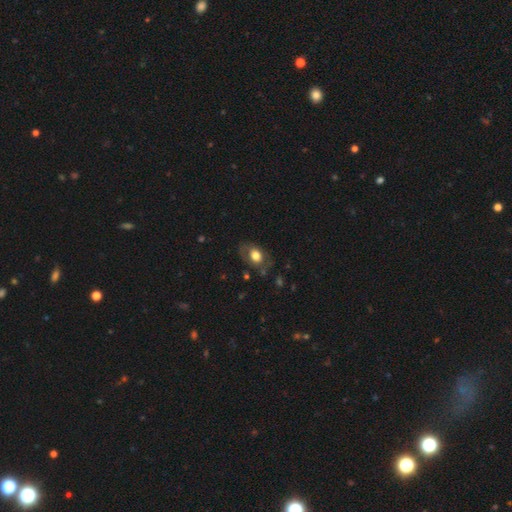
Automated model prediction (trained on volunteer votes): This appears to be a smooth galaxy with no disk features (64%) that is in between round and cigar-shaped (74%). Merging: none (65%).